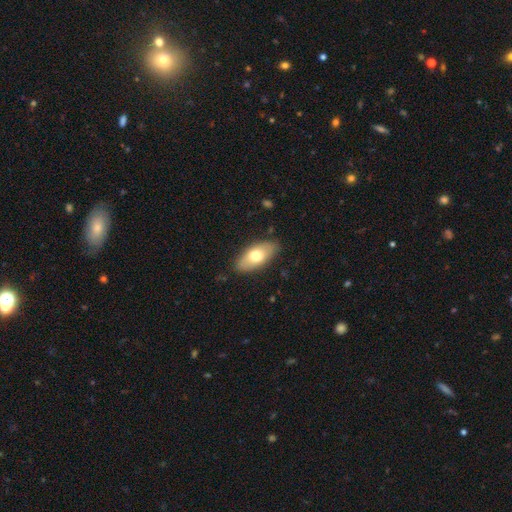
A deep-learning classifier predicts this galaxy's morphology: smooth-or-featured: smooth: 69% | featured or disk: 25% | star or artifact: 6%
  how-rounded: in between: 89% | cigar-shaped: 8% | round: 3%
  merging: none: 85% | minor disturbance: 12% | major disturbance: 2% | merger: 1%